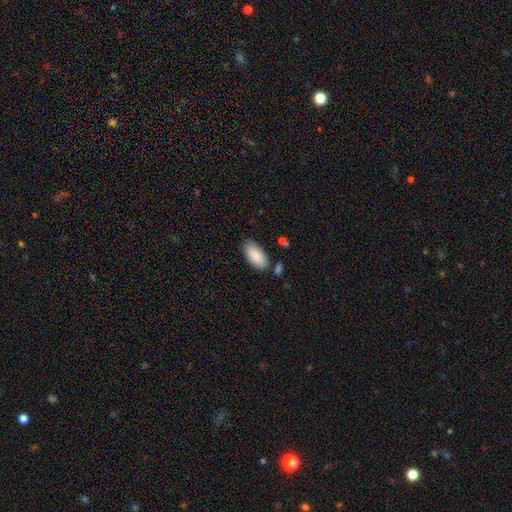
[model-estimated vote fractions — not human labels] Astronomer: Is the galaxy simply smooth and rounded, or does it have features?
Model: smooth — 88%.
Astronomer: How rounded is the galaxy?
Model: in between — 93%.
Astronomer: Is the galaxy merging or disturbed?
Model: none — 80%.